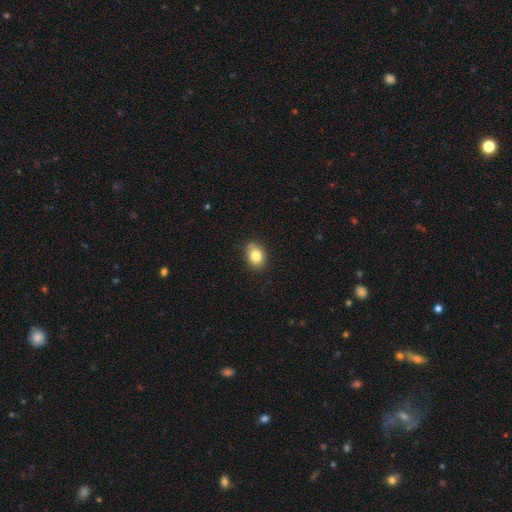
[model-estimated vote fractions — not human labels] The model was most divided on "how rounded": in between: 67%, round: 32%, cigar-shaped: 1%. More confident: merging — none (83%); smooth or featured — smooth (82%).